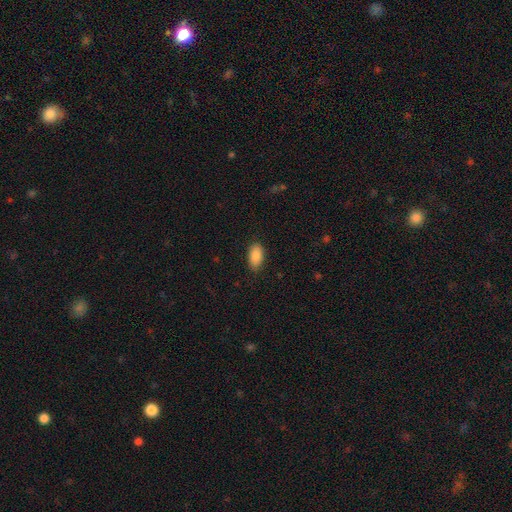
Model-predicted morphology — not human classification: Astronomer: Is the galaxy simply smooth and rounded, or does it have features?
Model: smooth — 89%.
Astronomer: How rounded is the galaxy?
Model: in between — 94%.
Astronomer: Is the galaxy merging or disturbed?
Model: none — 86%.